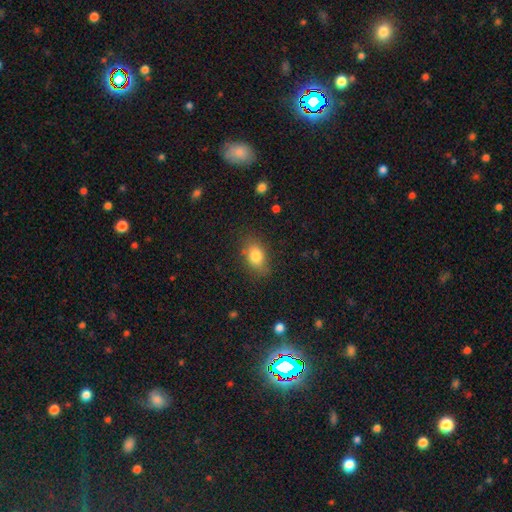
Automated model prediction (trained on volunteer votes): Smooth or featured? smooth (82%)
How rounded? in between (78%)
Merging? none (77%)